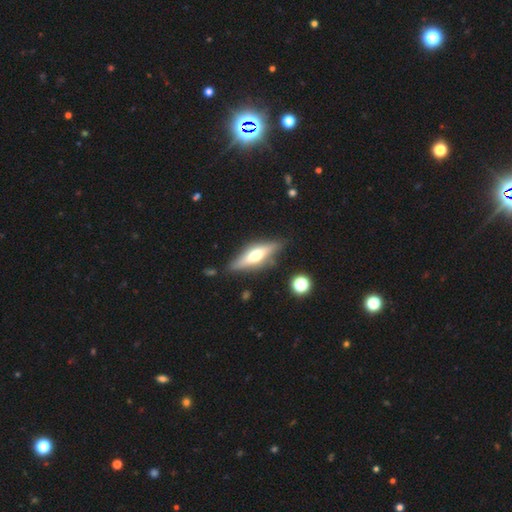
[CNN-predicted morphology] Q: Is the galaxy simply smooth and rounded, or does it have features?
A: featured or disk — 58%.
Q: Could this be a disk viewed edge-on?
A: yes — 91%.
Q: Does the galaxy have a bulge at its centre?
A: rounded — 90%.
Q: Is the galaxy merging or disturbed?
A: none — 81%.